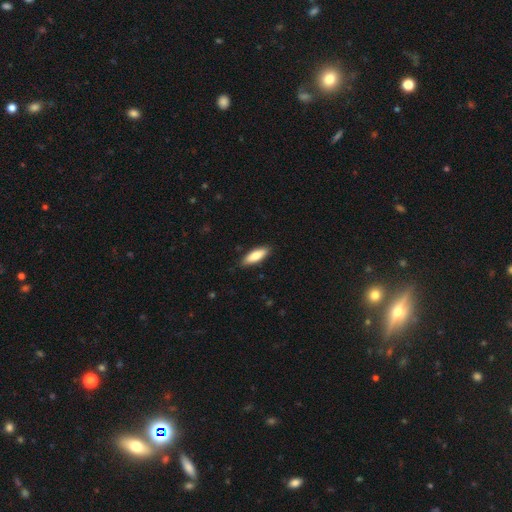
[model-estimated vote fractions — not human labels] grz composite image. It shows a smooth galaxy with no disk features (82%) that is in between round and cigar-shaped (59%). Merging: none (86%).